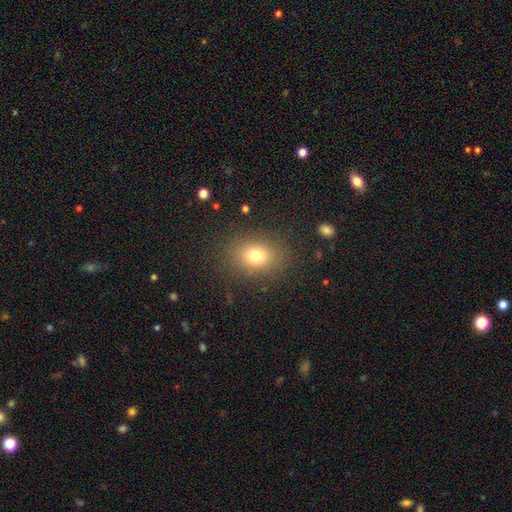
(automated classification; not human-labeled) A smooth galaxy with no disk features (75%) that is in between round and cigar-shaped (64%).

Vote fractions:
- Smooth or featured? smooth: 75% / star or artifact: 13% / featured or disk: 12%
- How rounded? in between: 64% / round: 35% / cigar-shaped: 1%
- Merging? none: 84% / minor disturbance: 10% / major disturbance: 5% / merger: 1%